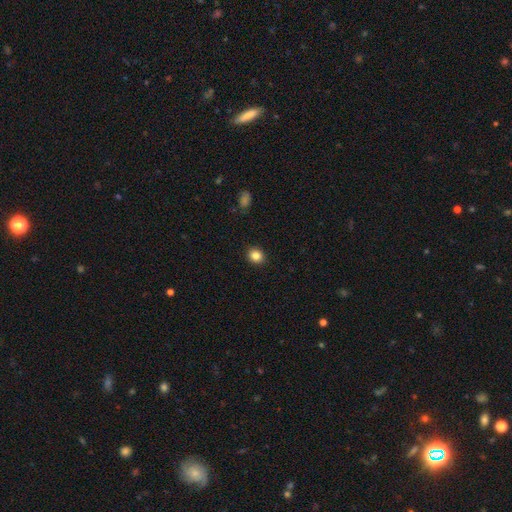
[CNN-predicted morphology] The model was most divided on "how rounded": round: 75%, in between: 24%, cigar-shaped: 1%. More confident: merging — none (91%); smooth or featured — smooth (84%).